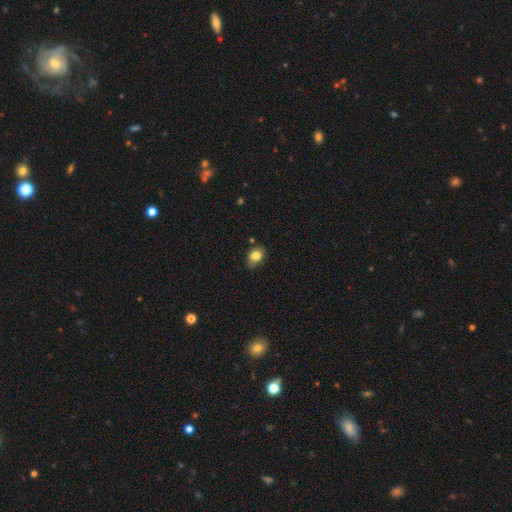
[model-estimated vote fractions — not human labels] smooth 81%, star or artifact 10%, featured or disk 8%. Down the decision tree: how rounded — in between (53%); merging — none (66%).